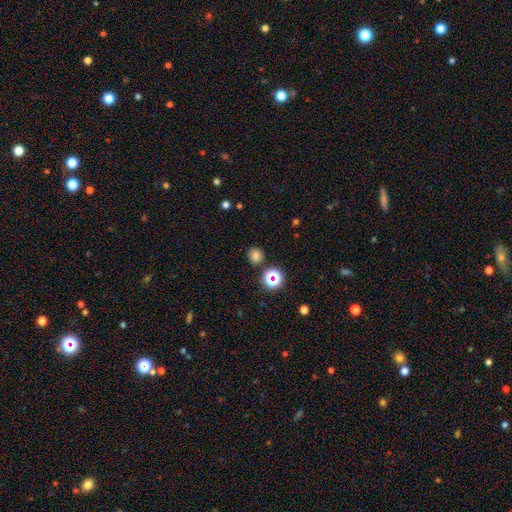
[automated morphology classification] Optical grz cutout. It shows a smooth galaxy with no disk features (68%) that is round (89%). Merging: none (86%).